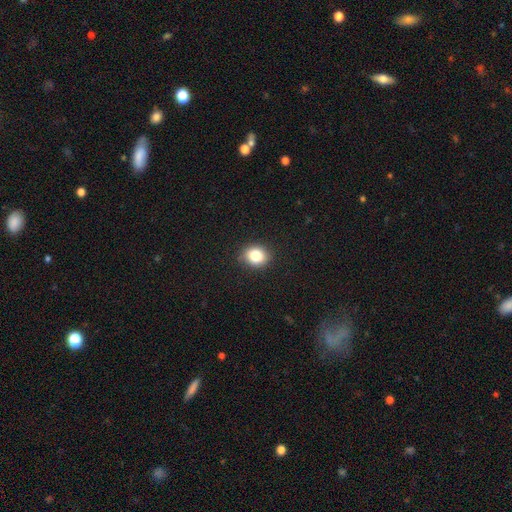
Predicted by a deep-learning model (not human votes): Q: Smooth or featured?
A: smooth (83%); runner-up: star or artifact (10%)
Q: How rounded?
A: round (66%); runner-up: in between (33%)
Q: Merging?
A: none (88%); runner-up: minor disturbance (9%)